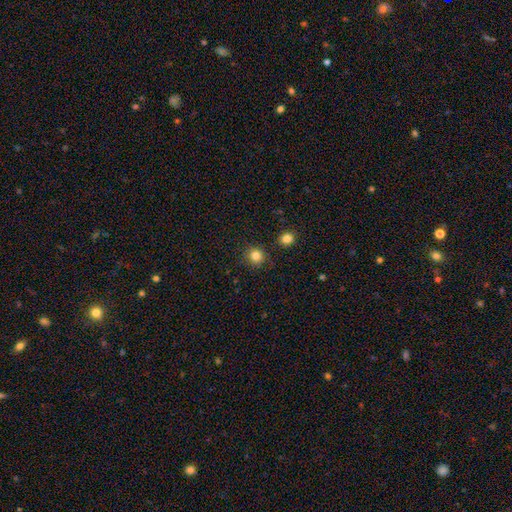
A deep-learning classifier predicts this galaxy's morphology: Smooth or featured? smooth (83%)
How rounded? round (92%)
Merging? none (87%)